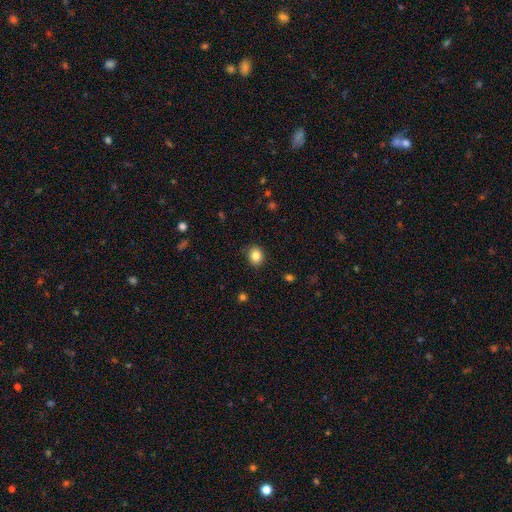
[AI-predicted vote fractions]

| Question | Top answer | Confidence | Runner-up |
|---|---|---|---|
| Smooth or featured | smooth | 84% | star or artifact (10%) |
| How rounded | round | 63% | in between (36%) |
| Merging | none | 87% | minor disturbance (10%) |